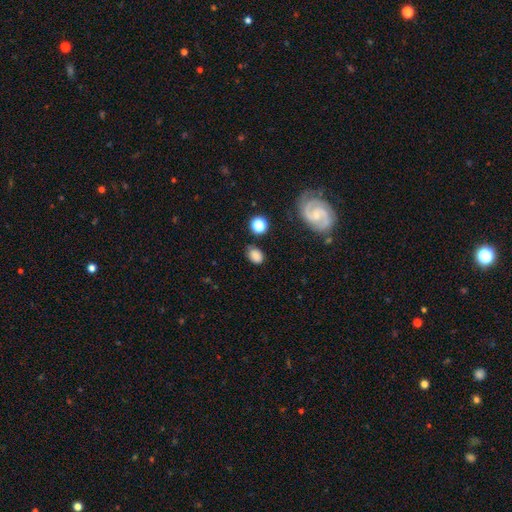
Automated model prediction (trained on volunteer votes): smooth 76%, star or artifact 13%, featured or disk 10%. Down the decision tree: how rounded — in between (67%); merging — none (76%).